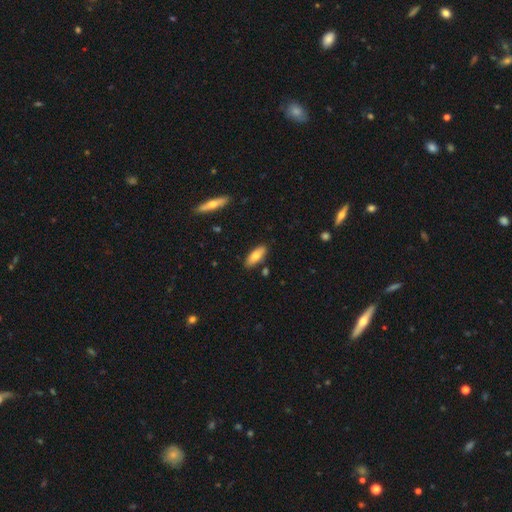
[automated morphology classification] The model was most divided on "how rounded": in between: 72%, cigar-shaped: 26%, round: 2%. More confident: merging — none (84%); smooth or featured — smooth (75%).